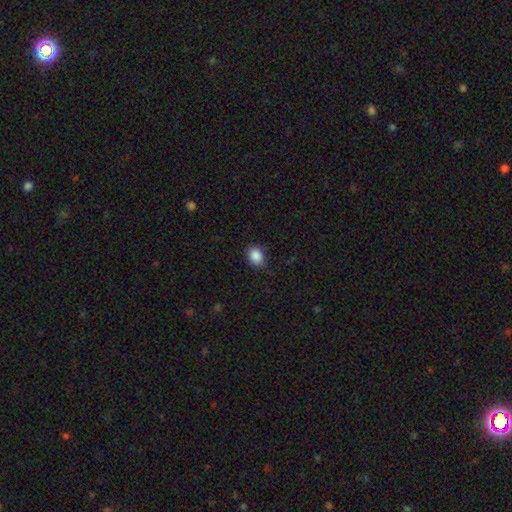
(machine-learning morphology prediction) smooth-or-featured: smooth: 87% | star or artifact: 9% | featured or disk: 3%
  how-rounded: in between: 53% | round: 46% | cigar-shaped: 1%
  merging: none: 79% | minor disturbance: 17% | major disturbance: 4% | merger: 1%